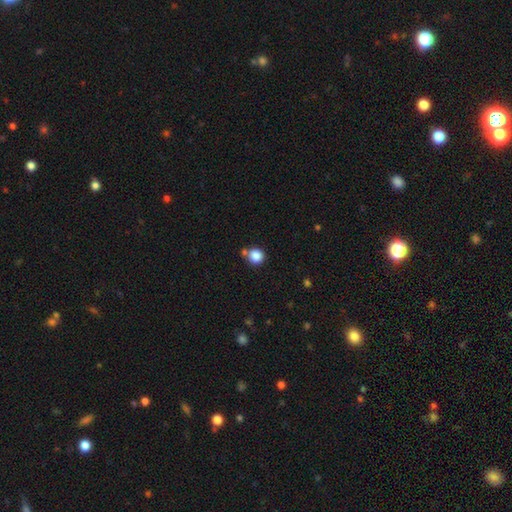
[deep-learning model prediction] A smooth galaxy with no disk features (85%) that is round (91%). Merging: none (67%).